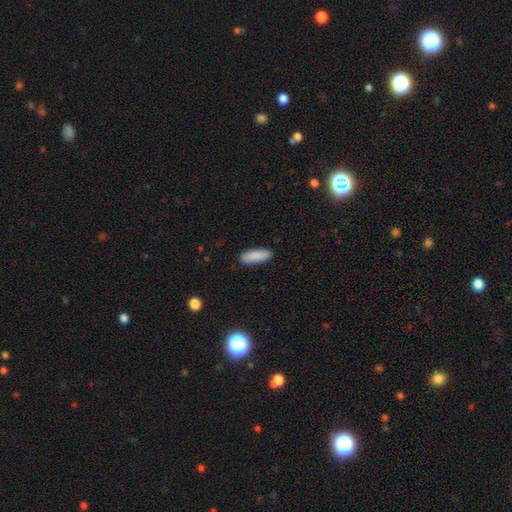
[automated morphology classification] Smooth or featured: smooth — 89% (star or artifact — 6%)
How rounded: in between — 55% (cigar-shaped — 43%)
Merging: none — 88% (minor disturbance — 9%)